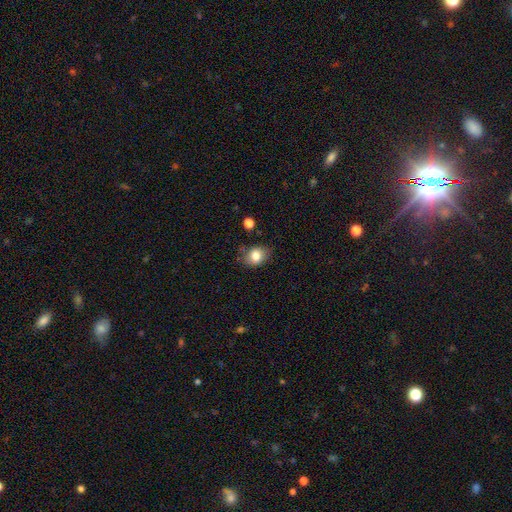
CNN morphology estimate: smooth_or_featured: smooth (p=0.81) [alt: star or artifact p=0.09]
how_rounded: in between (p=0.53) [alt: round p=0.46]
merging: none (p=0.72) [alt: minor disturbance p=0.20]